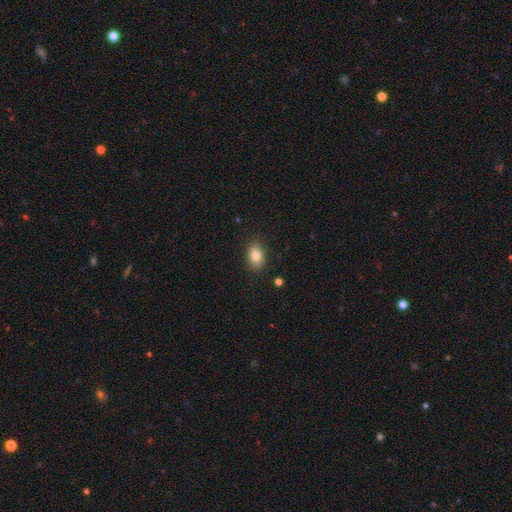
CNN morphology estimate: Smooth or featured: smooth — 82% (featured or disk — 10%)
How rounded: in between — 80% (round — 19%)
Merging: none — 87% (minor disturbance — 9%)